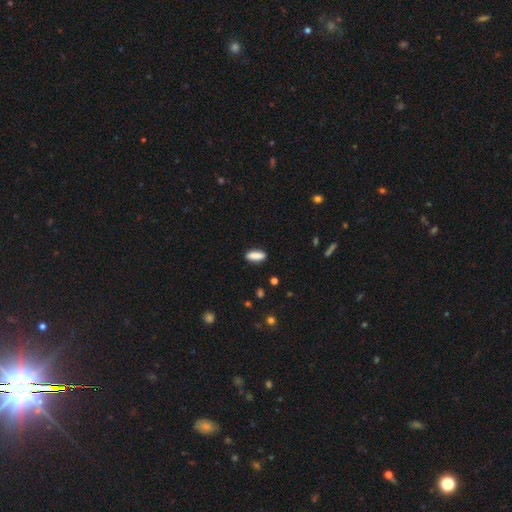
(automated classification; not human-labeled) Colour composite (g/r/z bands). It shows a smooth galaxy with no disk features (86%) that is in between round and cigar-shaped (59%). Merging: none (88%).